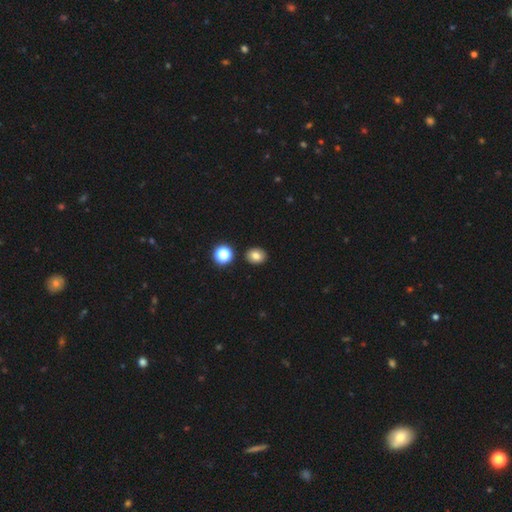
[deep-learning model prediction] A smooth galaxy with no disk features (80%) that is round (53%). Merging: none (88%).